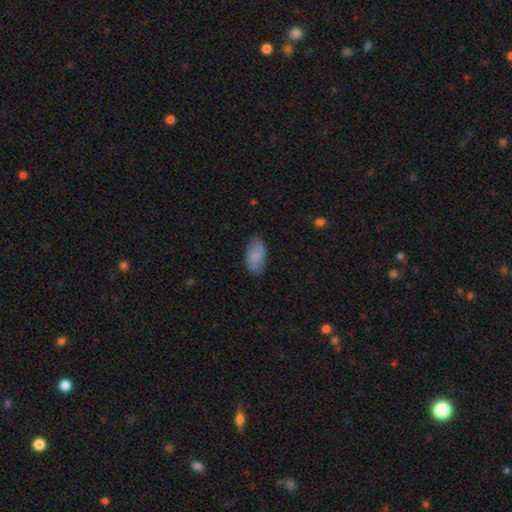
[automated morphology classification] The model was most divided on "merging": none: 80%, minor disturbance: 16%, major disturbance: 3%, merger: 1%. More confident: how rounded — in between (95%); smooth or featured — smooth (81%).